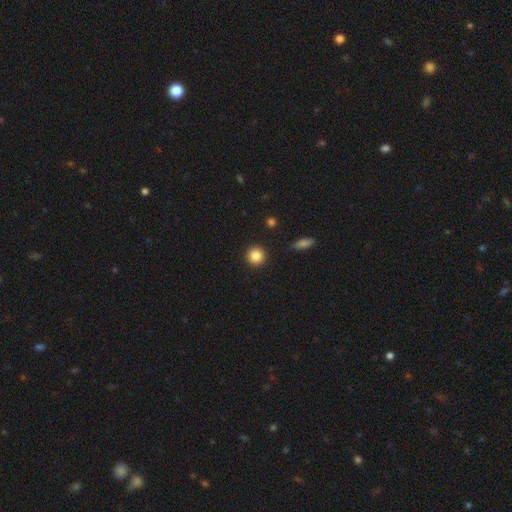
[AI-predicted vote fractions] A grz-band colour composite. It shows a smooth galaxy with no disk features (85%) that is round (94%). Merging: none (92%).